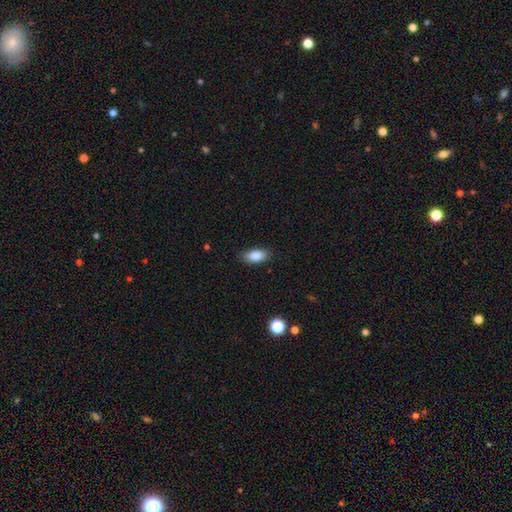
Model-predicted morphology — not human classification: Overall: smooth (83%). How rounded: in between (88%). Merging: none (87%).